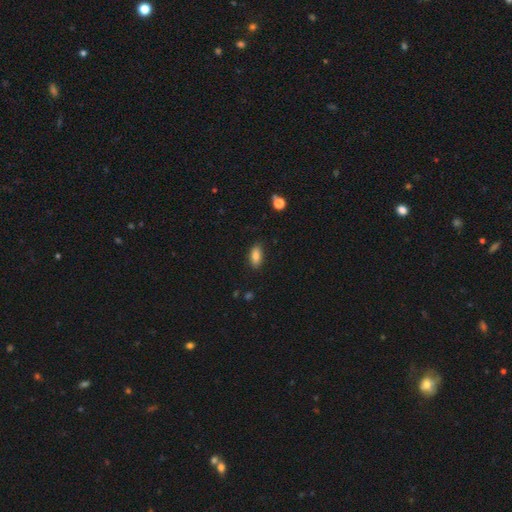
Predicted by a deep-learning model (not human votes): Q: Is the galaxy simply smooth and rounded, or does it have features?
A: smooth — 84%.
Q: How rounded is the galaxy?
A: in between — 86%.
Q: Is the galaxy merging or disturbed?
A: none — 85%.